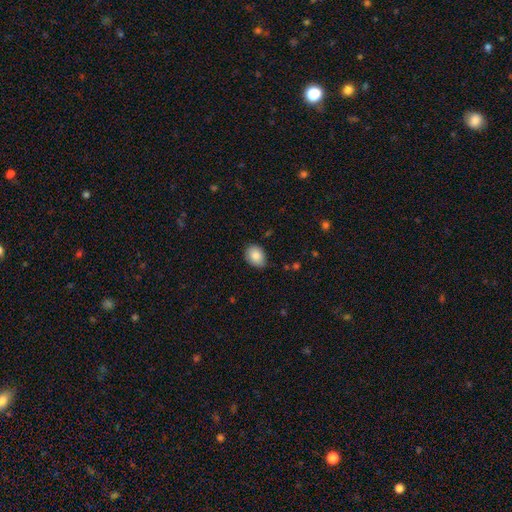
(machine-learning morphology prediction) A smooth galaxy with no disk features (86%) that is in between round and cigar-shaped (61%).

Vote fractions:
- Smooth or featured? smooth: 86% / star or artifact: 8% / featured or disk: 6%
- How rounded? in between: 61% / round: 38% / cigar-shaped: 1%
- Merging? none: 77% / minor disturbance: 19% / major disturbance: 3% / merger: 1%